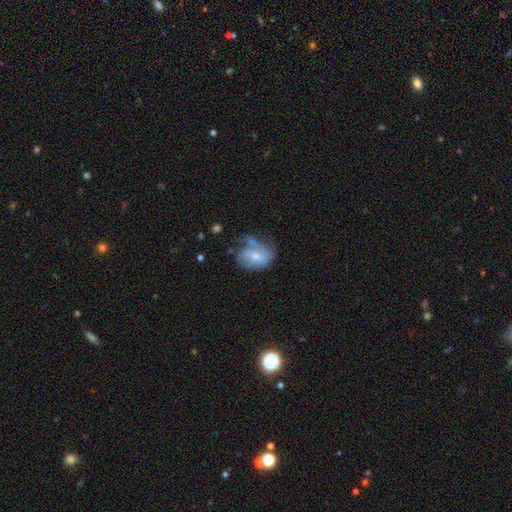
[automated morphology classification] The model was most divided on "merging": none: 33%, minor disturbance: 28%, major disturbance: 25%, merger: 14%. Remaining: smooth or featured — smooth (50%).